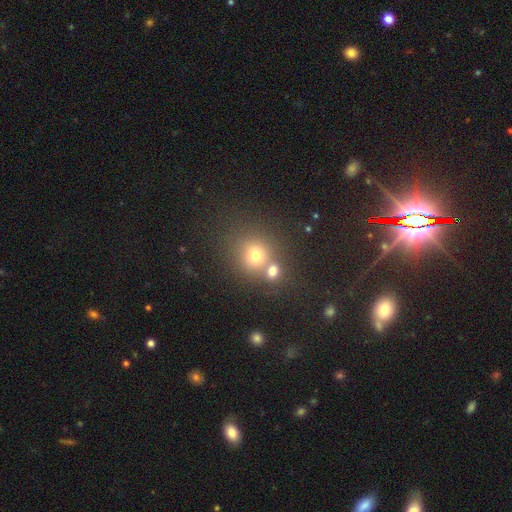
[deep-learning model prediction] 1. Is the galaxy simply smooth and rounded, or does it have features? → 70% smooth, 19% star or artifact, 12% featured or disk.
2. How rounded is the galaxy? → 84% round, 15% in between, 1% cigar-shaped.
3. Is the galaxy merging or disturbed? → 52% none, 36% merger, 8% minor disturbance, 4% major disturbance.